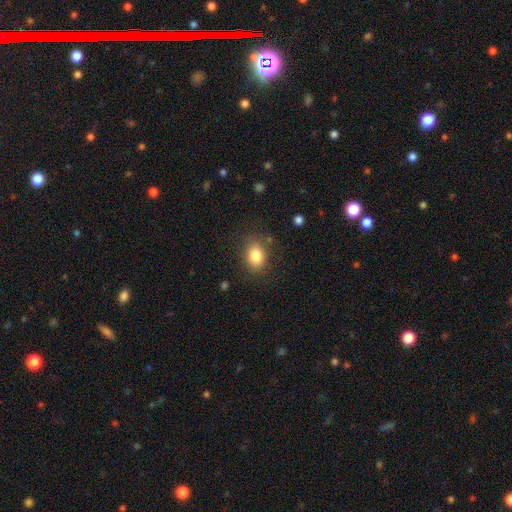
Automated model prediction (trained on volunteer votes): Smooth or featured: smooth — 83% (star or artifact — 9%)
How rounded: in between — 66% (round — 33%)
Merging: none — 81% (minor disturbance — 13%)